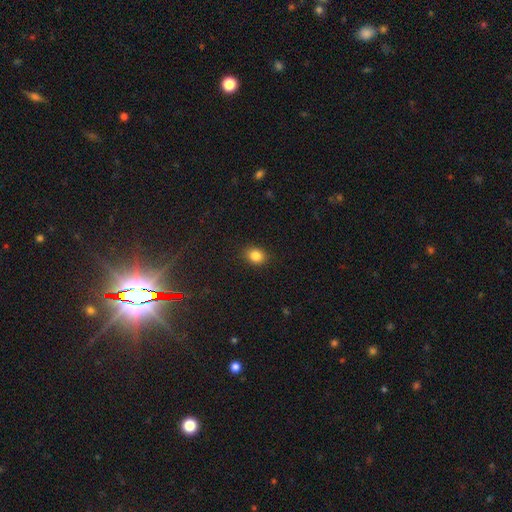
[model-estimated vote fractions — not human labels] Q: Smooth or featured?
A: smooth (84%); runner-up: star or artifact (11%)
Q: How rounded?
A: round (59%); runner-up: in between (40%)
Q: Merging?
A: none (89%); runner-up: minor disturbance (8%)